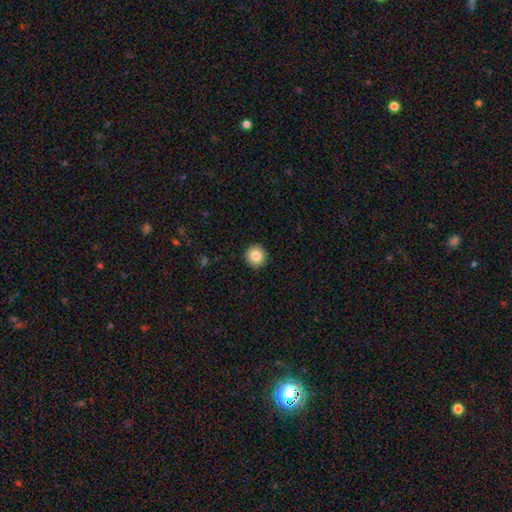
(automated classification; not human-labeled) Smooth or featured?
  - smooth: 83% *
  - star or artifact: 9%
  - featured or disk: 8%
How rounded?
  - round: 96% *
  - in between: 3%
  - cigar-shaped: 1%
Merging?
  - none: 93% *
  - minor disturbance: 5%
  - major disturbance: 1%
  - merger: 1%